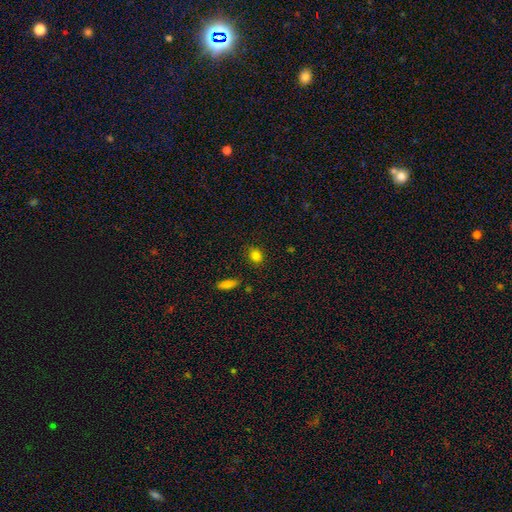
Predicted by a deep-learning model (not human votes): Smooth or featured? smooth (82%)
How rounded? round (62%)
Merging? none (86%)